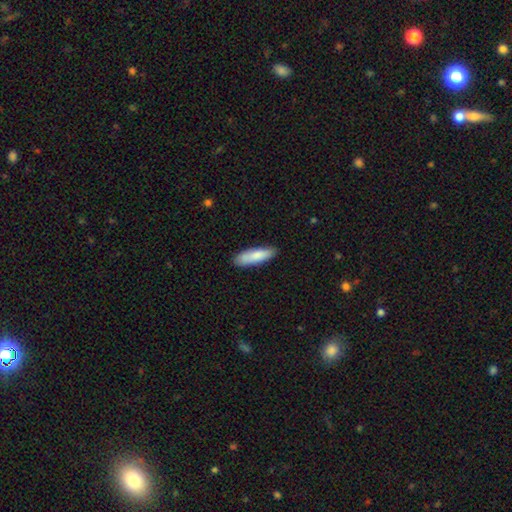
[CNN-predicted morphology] This appears to be a smooth galaxy with no disk features (84%) that is cigar-shaped (57%). Merging: none (86%).